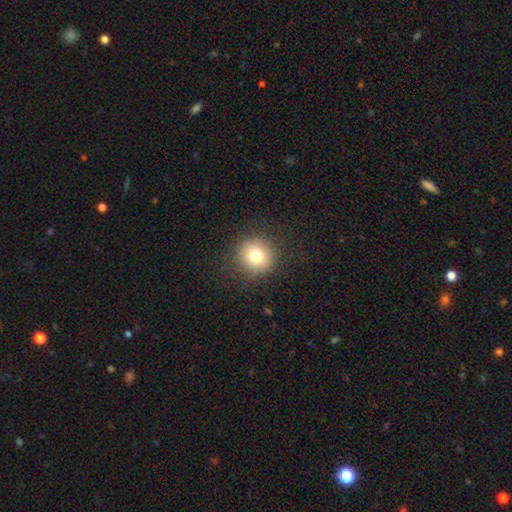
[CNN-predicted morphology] The model was most divided on "smooth or featured": smooth: 76%, star or artifact: 13%, featured or disk: 11%. More confident: how rounded — round (94%); merging — none (89%).